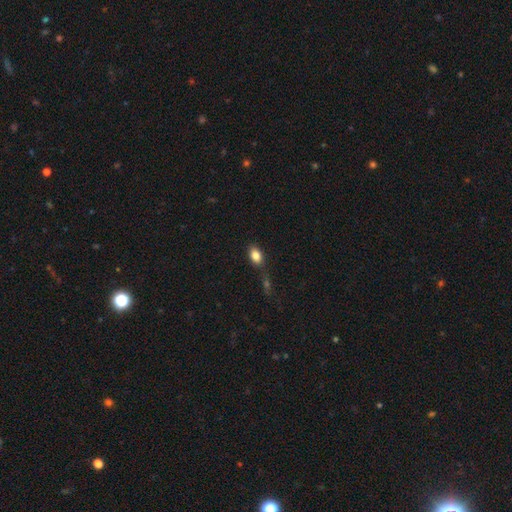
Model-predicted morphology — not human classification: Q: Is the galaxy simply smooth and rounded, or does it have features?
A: smooth — 83%.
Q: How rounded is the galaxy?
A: in between — 83%.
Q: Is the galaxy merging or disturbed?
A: none — 65%.